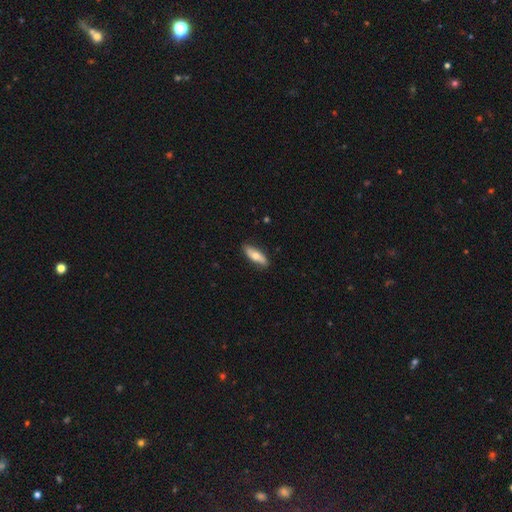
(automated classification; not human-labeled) Smooth or featured: smooth — 62% (featured or disk — 33%)
How rounded: in between — 56% (cigar-shaped — 41%)
Merging: none — 86% (minor disturbance — 11%)